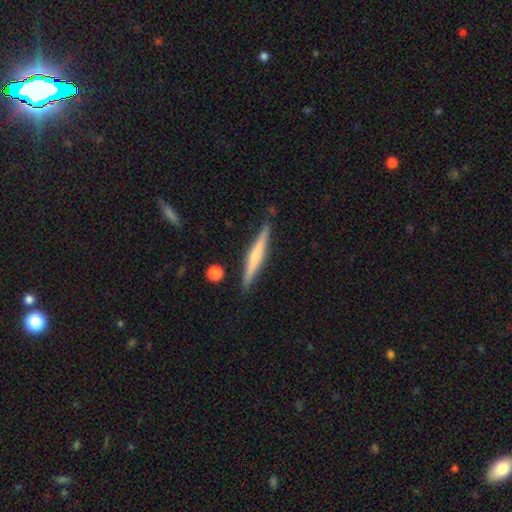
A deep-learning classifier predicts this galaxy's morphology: A featured or disk galaxy (56%) viewed edge-on (97%) with a rounded central bulge (52%).

Vote fractions:
- Smooth or featured? featured or disk: 56% / smooth: 38% / star or artifact: 6%
- Edge-on disk? yes: 97% / no: 3%
- Edge-on bulge? rounded: 52% / none: 37% / boxy: 11%
- Merging? none: 87% / minor disturbance: 9% / merger: 2% / major disturbance: 2%